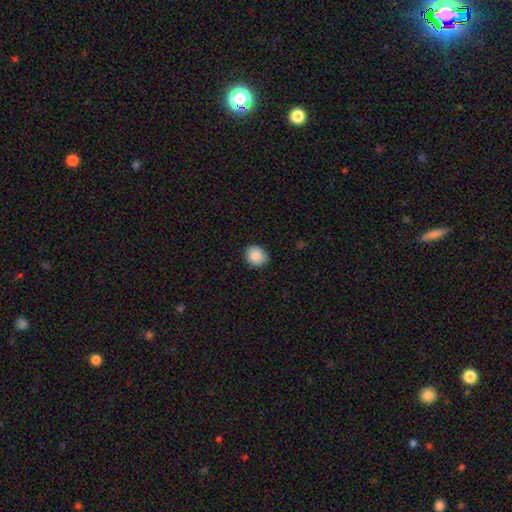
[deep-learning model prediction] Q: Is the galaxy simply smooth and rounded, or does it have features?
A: smooth — 88%.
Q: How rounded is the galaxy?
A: round — 72%.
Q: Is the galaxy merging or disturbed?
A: none — 84%.